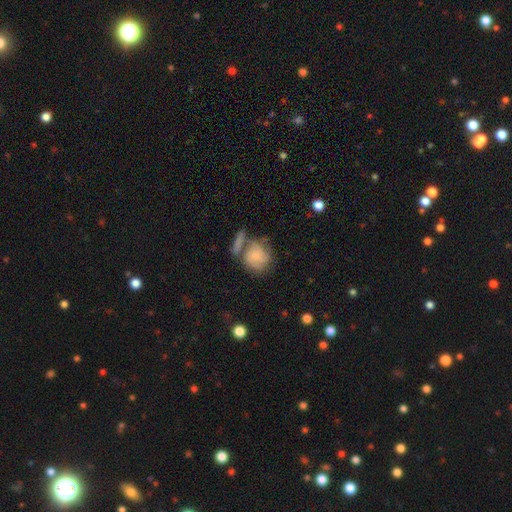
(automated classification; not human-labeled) Q: Smooth or featured?
A: smooth (56%); runner-up: featured or disk (36%)
Q: How rounded?
A: round (69%); runner-up: in between (29%)
Q: Merging?
A: none (37%); runner-up: merger (32%)